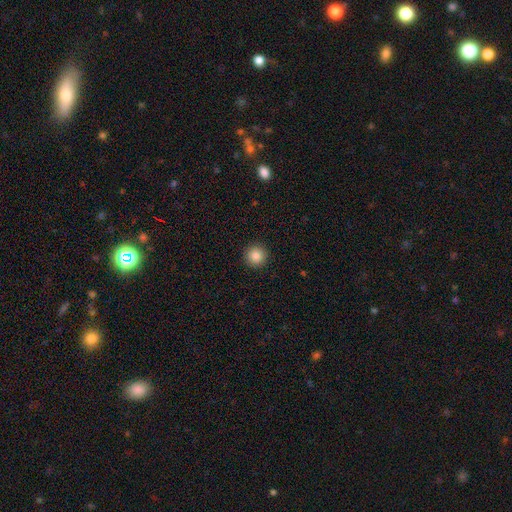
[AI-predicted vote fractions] Smooth or featured? Predicted: smooth (p=0.86). How rounded? Predicted: round (p=0.96). Merging? Predicted: none (p=0.93).